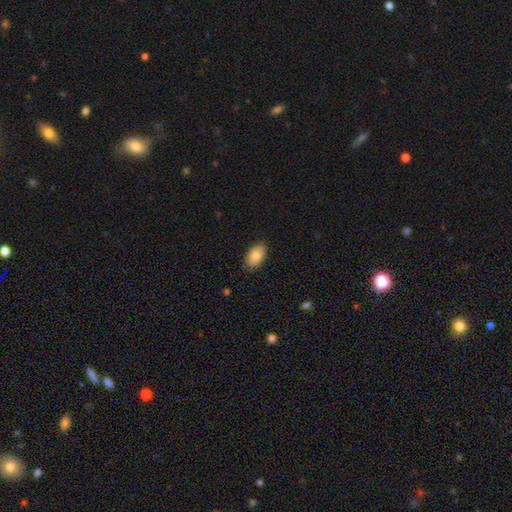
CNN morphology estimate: Q: Smooth or featured?
A: smooth (83%); runner-up: featured or disk (11%)
Q: How rounded?
A: in between (93%); runner-up: round (5%)
Q: Merging?
A: none (86%); runner-up: minor disturbance (11%)